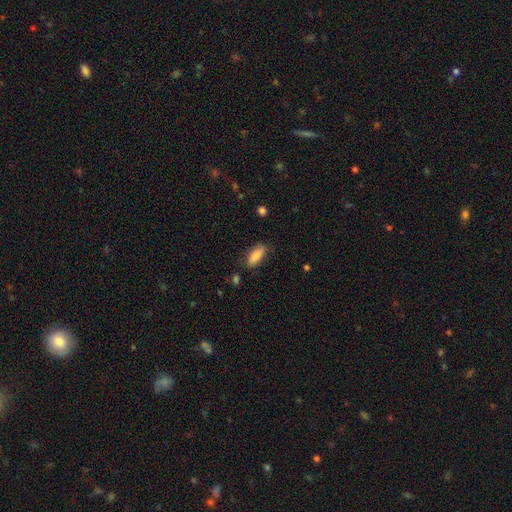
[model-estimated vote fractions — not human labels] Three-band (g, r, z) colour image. It shows a smooth galaxy with no disk features (87%) that is in between round and cigar-shaped (79%). Merging: none (80%).